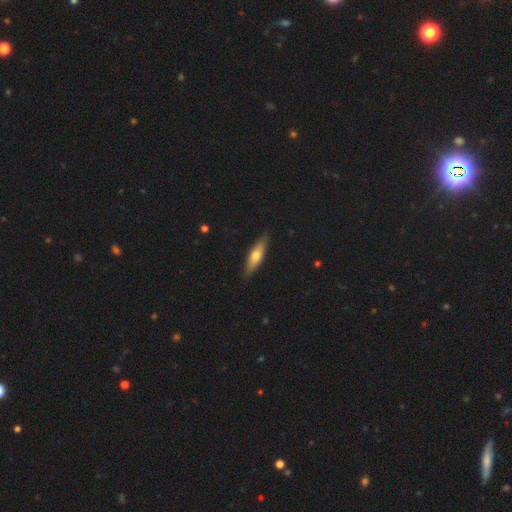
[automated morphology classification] Smooth or featured? Predicted: smooth (p=0.60). How rounded? Predicted: cigar-shaped (p=0.64). Merging? Predicted: none (p=0.88).